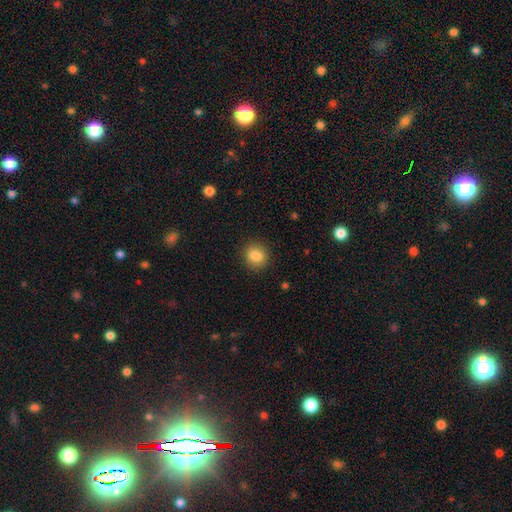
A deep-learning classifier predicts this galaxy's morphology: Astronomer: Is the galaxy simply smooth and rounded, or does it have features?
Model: smooth — 85%.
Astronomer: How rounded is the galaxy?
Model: round — 82%.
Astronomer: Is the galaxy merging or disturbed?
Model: none — 90%.